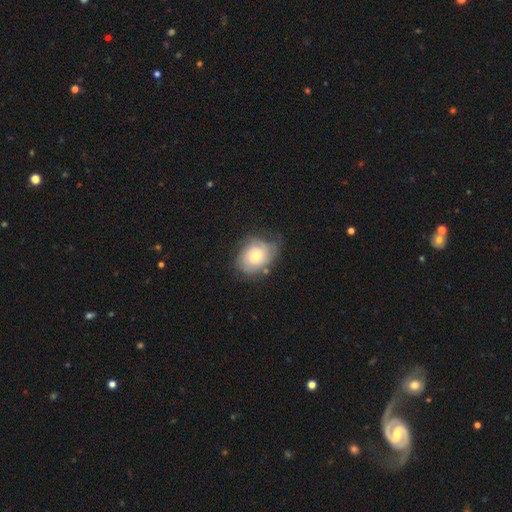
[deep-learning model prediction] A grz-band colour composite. It shows a featured or disk galaxy (60%) with no bar (82%), spiral arms (82%) and a moderate central bulge (53%). Merging: none (60%).